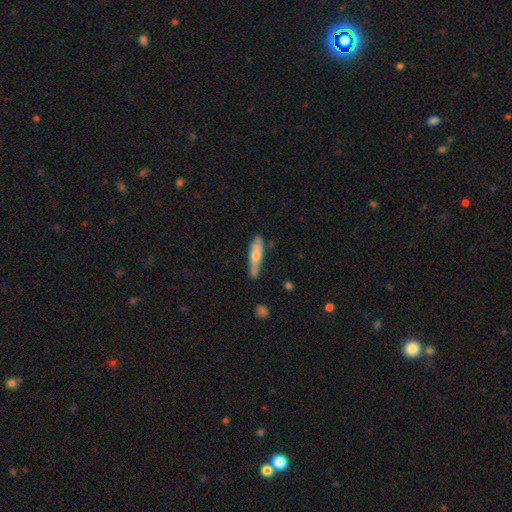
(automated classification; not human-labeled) This is possibly a smooth galaxy (51%). How rounded: likely cigar-shaped (76%). Merging: likely none (67%).